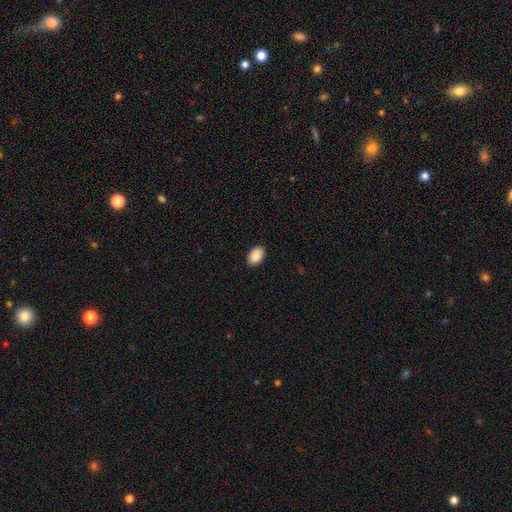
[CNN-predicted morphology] Q: Smooth or featured?
A: smooth (91%); runner-up: star or artifact (7%)
Q: How rounded?
A: in between (88%); runner-up: round (11%)
Q: Merging?
A: none (90%); runner-up: minor disturbance (7%)